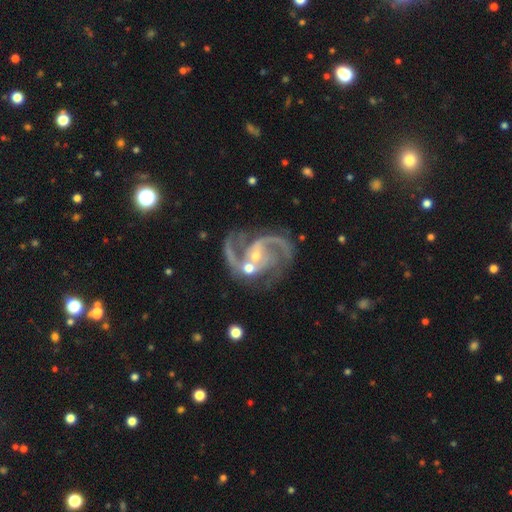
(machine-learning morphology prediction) type=featured or disk (90%); edge-on=no (98%); bar=weak (43%); spiral arms=yes (97%); winding=medium (56%); arm count=2 (73%); bulge=small (67%); merging=none (52%).